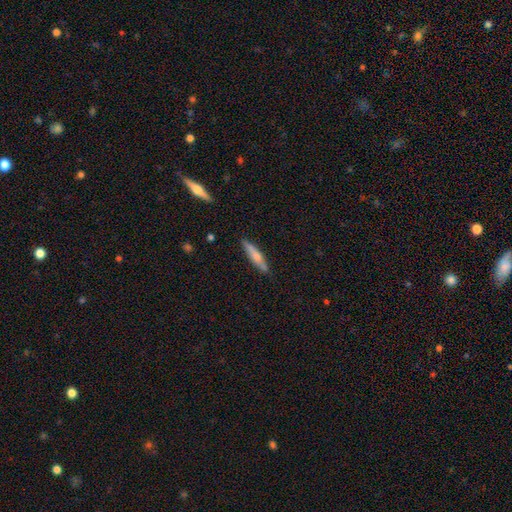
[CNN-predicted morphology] Smooth or featured?
  - smooth: 55% *
  - featured or disk: 39%
  - star or artifact: 6%
How rounded?
  - cigar-shaped: 87% *
  - in between: 11%
  - round: 2%
Merging?
  - none: 86% *
  - minor disturbance: 11%
  - major disturbance: 2%
  - merger: 2%